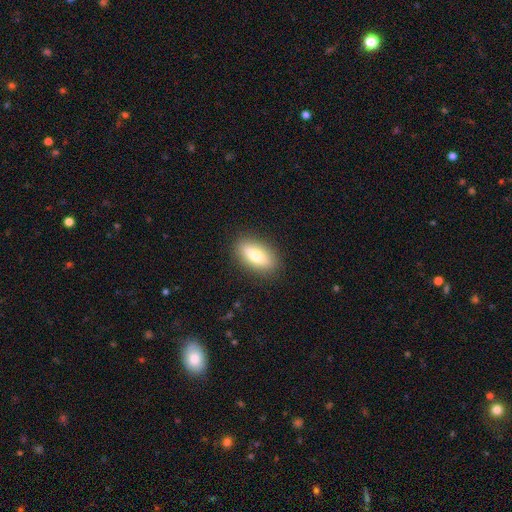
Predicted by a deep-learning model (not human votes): Smooth or featured: smooth — 68% (featured or disk — 24%)
How rounded: in between — 81% (cigar-shaped — 14%)
Merging: none — 87% (minor disturbance — 9%)